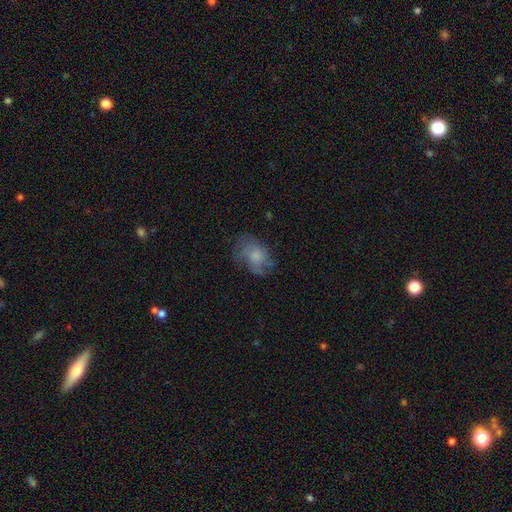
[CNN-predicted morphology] smooth_or_featured: smooth (p=0.50) [alt: featured or disk p=0.40]
merging: none (p=0.56) [alt: minor disturbance p=0.25]